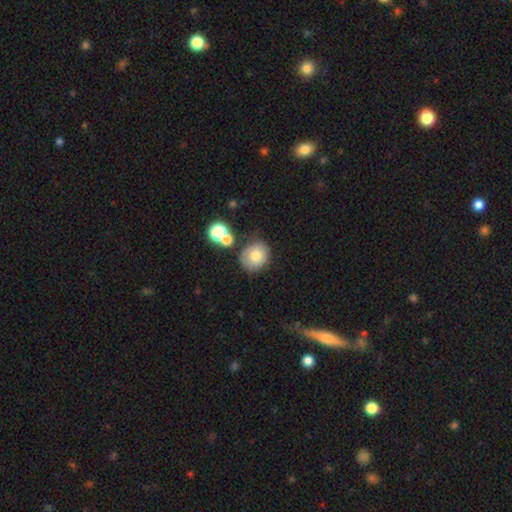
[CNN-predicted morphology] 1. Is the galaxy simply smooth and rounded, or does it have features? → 75% smooth, 13% featured or disk, 12% star or artifact.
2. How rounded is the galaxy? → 79% round, 20% in between, 1% cigar-shaped.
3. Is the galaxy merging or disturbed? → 71% none, 14% minor disturbance, 11% merger, 4% major disturbance.